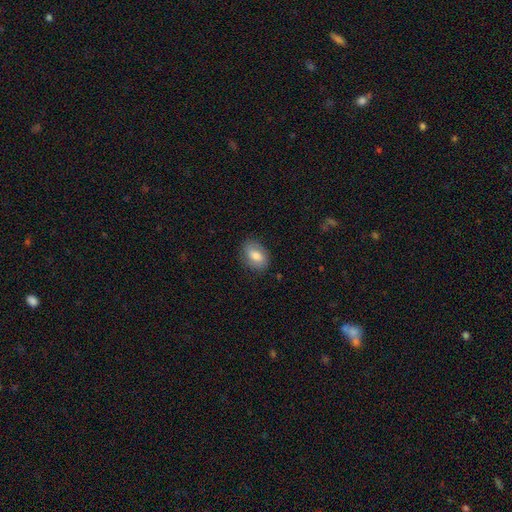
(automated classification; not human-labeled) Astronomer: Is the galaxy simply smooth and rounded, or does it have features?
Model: smooth — 75%.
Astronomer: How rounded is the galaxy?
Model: in between — 84%.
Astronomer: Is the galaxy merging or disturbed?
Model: none — 82%.